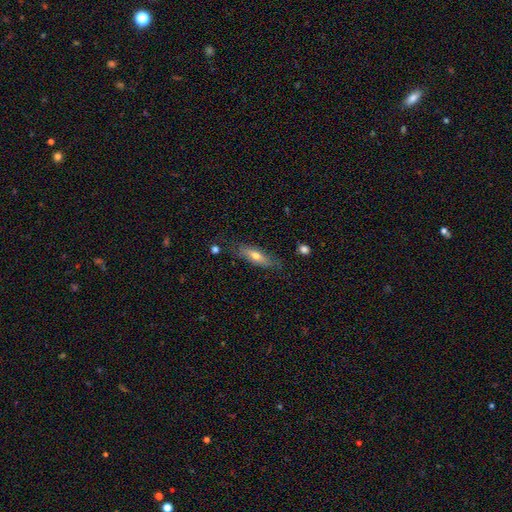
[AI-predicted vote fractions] Q: Smooth or featured?
A: smooth (62%); runner-up: featured or disk (31%)
Q: How rounded?
A: cigar-shaped (51%); runner-up: in between (47%)
Q: Merging?
A: none (74%); runner-up: minor disturbance (19%)